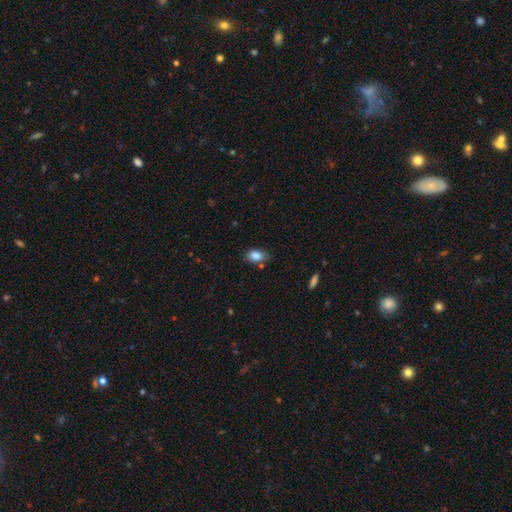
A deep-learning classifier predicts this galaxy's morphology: The model was most divided on "merging": none: 76%, minor disturbance: 16%, merger: 5%, major disturbance: 3%. More confident: how rounded — in between (88%); smooth or featured — smooth (85%).